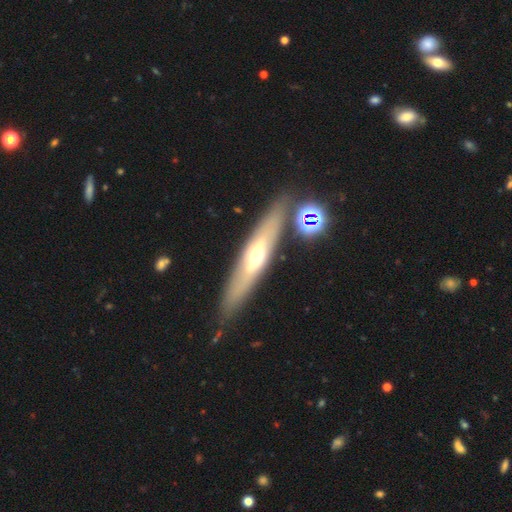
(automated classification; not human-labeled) Smooth or featured? featured or disk (59%)
Edge-on disk? yes (73%)
Merging? none (82%)